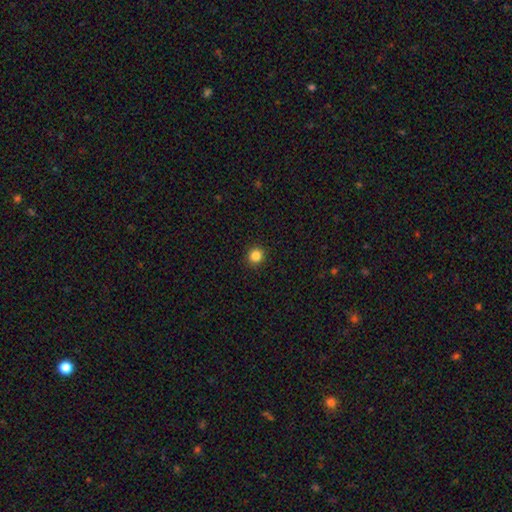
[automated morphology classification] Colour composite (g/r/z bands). It shows a smooth galaxy with no disk features (85%) that is round (94%). Merging: none (93%).